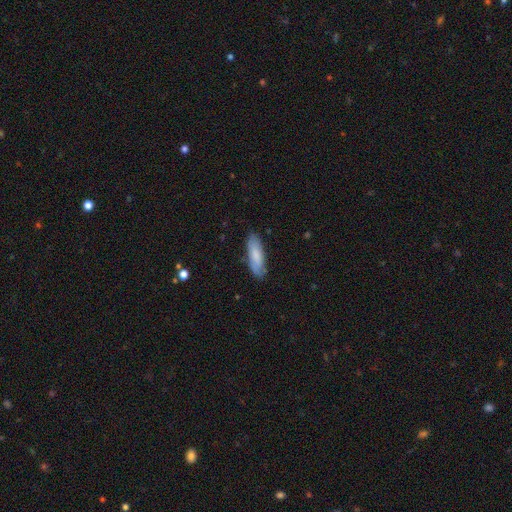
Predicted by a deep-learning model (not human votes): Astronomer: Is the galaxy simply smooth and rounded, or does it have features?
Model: smooth — 73%.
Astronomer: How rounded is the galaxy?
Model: in between — 53% (runner-up: cigar-shaped, 46%).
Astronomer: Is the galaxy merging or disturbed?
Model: none — 80%.